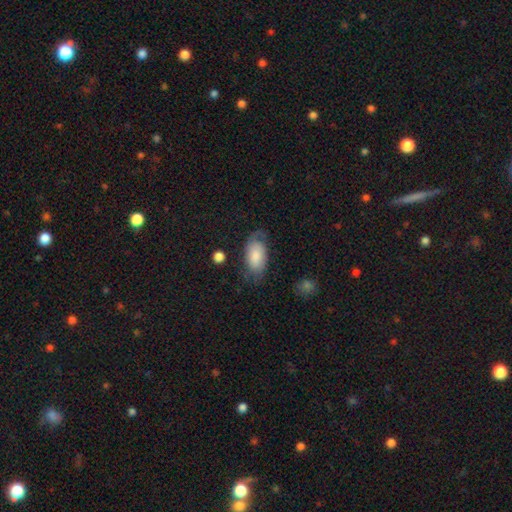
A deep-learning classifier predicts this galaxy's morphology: smooth-or-featured: smooth: 68% | featured or disk: 25% | star or artifact: 7%
  how-rounded: in between: 94% | round: 4% | cigar-shaped: 2%
  merging: none: 58% | minor disturbance: 27% | major disturbance: 14% | merger: 2%